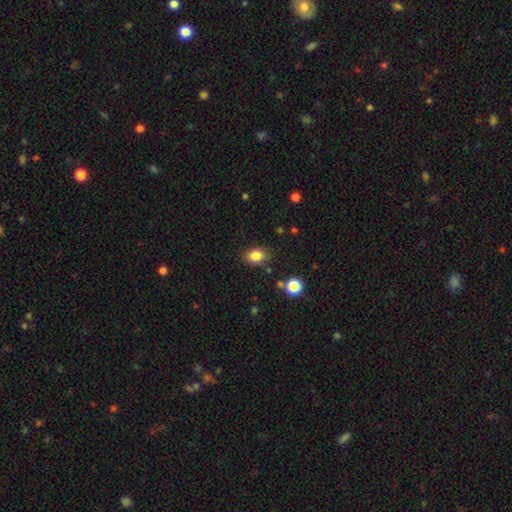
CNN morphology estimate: Q: Smooth or featured?
A: smooth (84%); runner-up: star or artifact (11%)
Q: How rounded?
A: in between (74%); runner-up: round (25%)
Q: Merging?
A: none (83%); runner-up: minor disturbance (12%)